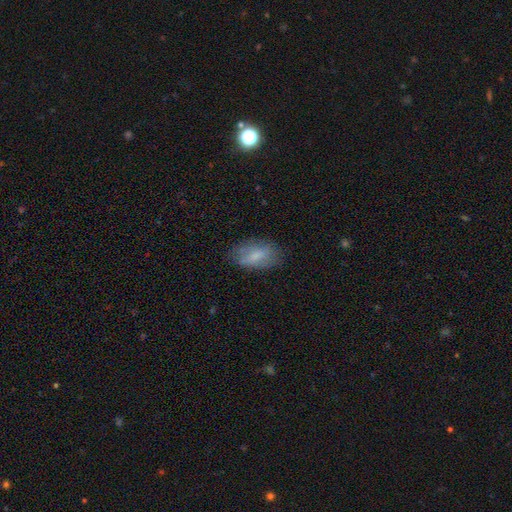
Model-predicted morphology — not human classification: Smooth or featured? smooth (68%)
How rounded? in between (90%)
Merging? none (73%)